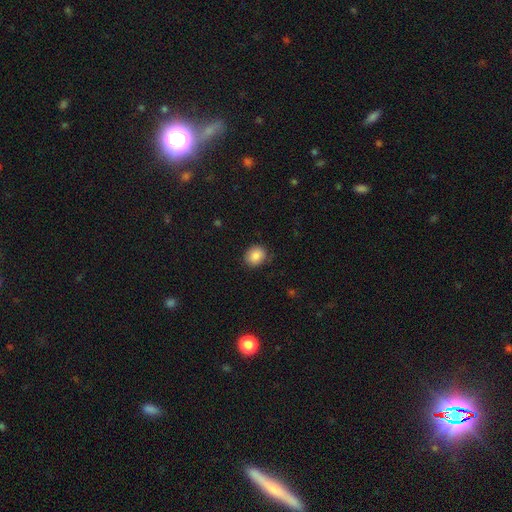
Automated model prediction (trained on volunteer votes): Morphology: type=smooth (87%); roundness=round (60%); merging=none (81%).